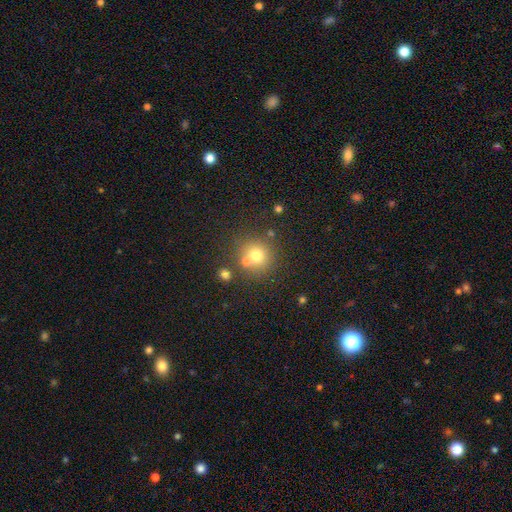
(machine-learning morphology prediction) smooth_or_featured: smooth (p=0.72) [alt: star or artifact p=0.16]
how_rounded: round (p=0.91) [alt: in between p=0.08]
merging: none (p=0.67) [alt: merger p=0.20]